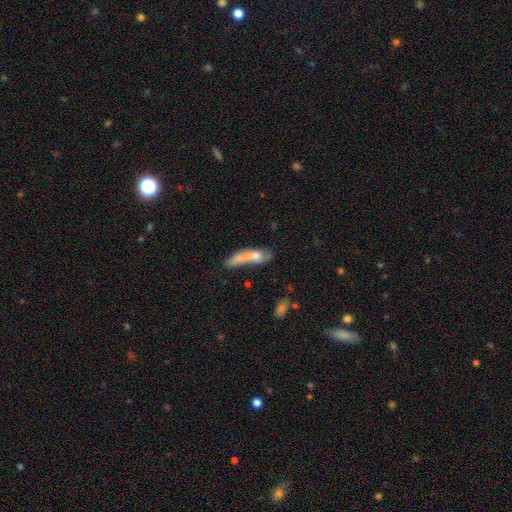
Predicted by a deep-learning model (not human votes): This is possibly a smooth galaxy (57%). How rounded: likely cigar-shaped (73%). Merging: marginally none (34%).